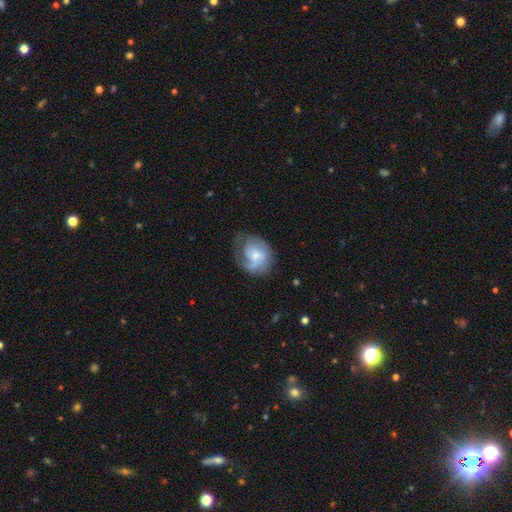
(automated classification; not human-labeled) A featured or disk galaxy (58%) with no bar (59%), spiral arms (83%) and a small central bulge (46%).

Vote fractions:
- Smooth or featured? featured or disk: 58% / smooth: 35% / star or artifact: 7%
- Edge-on disk? no: 97% / yes: 3%
- Bar? no: 59% / weak: 36% / strong: 5%
- Spiral arms? yes: 83% / no: 17%
- Bulge size? small: 46% / moderate: 40% / none: 7% / large: 5% / dominant: 1%
- Merging? none: 53% / minor disturbance: 26% / major disturbance: 19% / merger: 2%